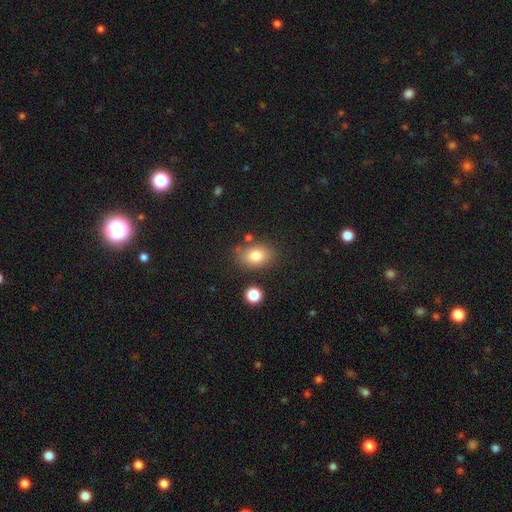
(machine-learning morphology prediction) Smooth or featured? smooth (81%)
How rounded? in between (73%)
Merging? none (76%)